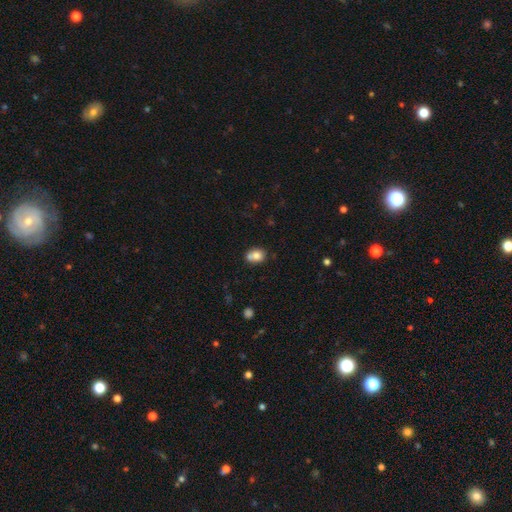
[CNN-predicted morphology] type=smooth (78%); roundness=in between (52%); merging=none (48%).